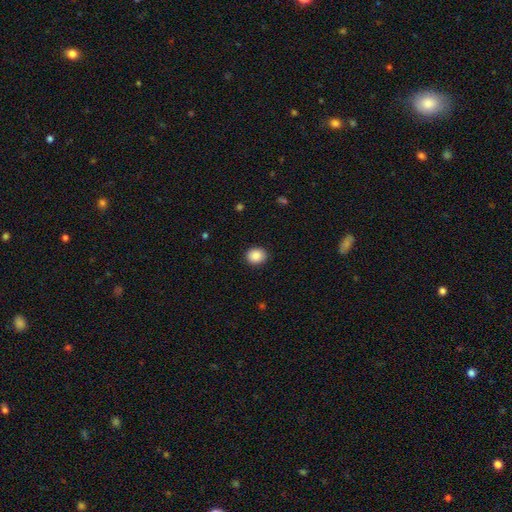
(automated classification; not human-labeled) Q: Smooth or featured?
A: smooth (89%); runner-up: star or artifact (8%)
Q: How rounded?
A: round (71%); runner-up: in between (28%)
Q: Merging?
A: none (90%); runner-up: minor disturbance (7%)